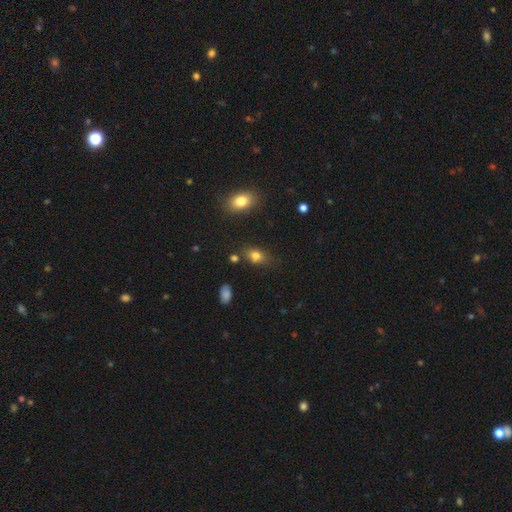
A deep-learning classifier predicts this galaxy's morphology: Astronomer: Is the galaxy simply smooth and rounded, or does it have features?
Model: smooth — 77%.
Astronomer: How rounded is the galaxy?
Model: in between — 76%.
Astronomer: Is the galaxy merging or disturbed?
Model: none — 66%.